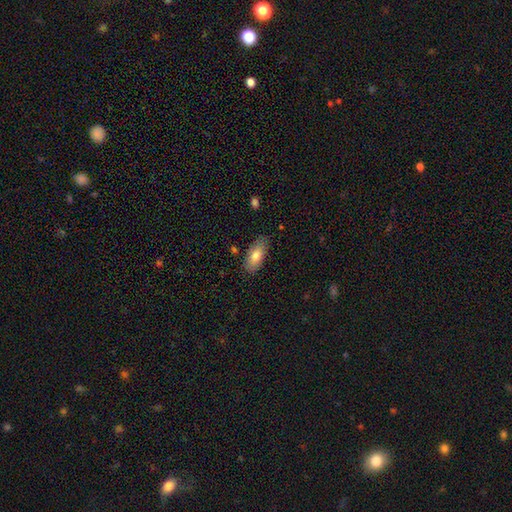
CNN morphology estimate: A smooth galaxy with no disk features (78%) that is in between round and cigar-shaped (87%). Merging: none (81%).